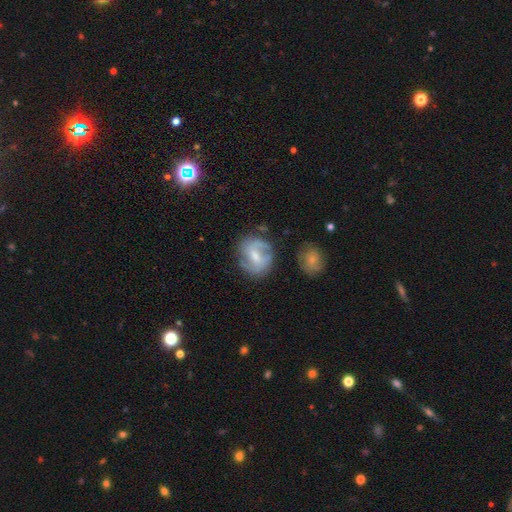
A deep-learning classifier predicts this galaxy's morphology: A featured or disk galaxy (61%) with a weak bar (52%), spiral arms (78%) and a moderate central bulge (50%). Merging: none (66%).